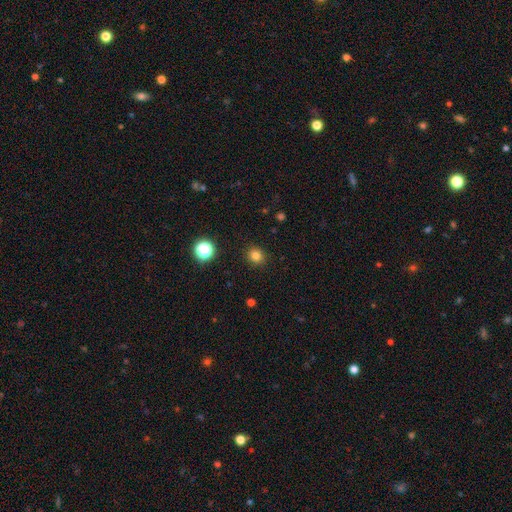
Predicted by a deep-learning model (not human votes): Smooth or featured? smooth (81%)
How rounded? round (85%)
Merging? none (91%)